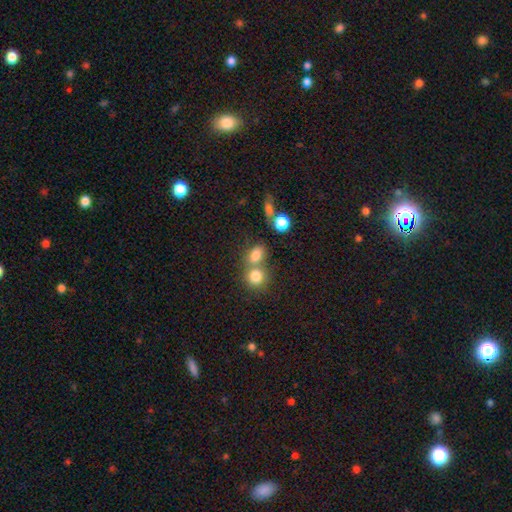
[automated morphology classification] Smooth or featured? Predicted: smooth (p=0.78). How rounded? Predicted: in between (p=0.53). Merging? Predicted: merger (p=0.46).